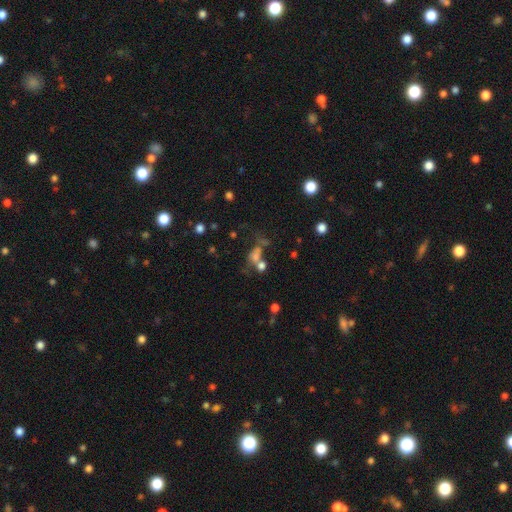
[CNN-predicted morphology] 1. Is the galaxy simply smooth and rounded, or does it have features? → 57% smooth, 24% star or artifact, 19% featured or disk.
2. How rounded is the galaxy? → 51% in between, 43% round, 6% cigar-shaped.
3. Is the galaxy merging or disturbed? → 35% merger, 33% none, 18% major disturbance, 14% minor disturbance.